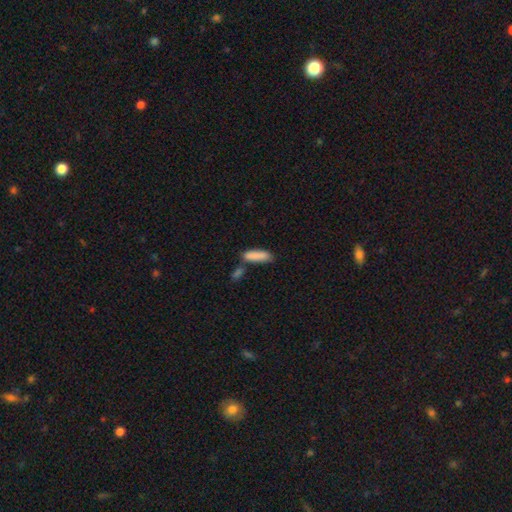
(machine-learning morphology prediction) smooth 86%, star or artifact 7%, featured or disk 7%. Down the decision tree: how rounded — cigar-shaped (54%); merging — none (55%).